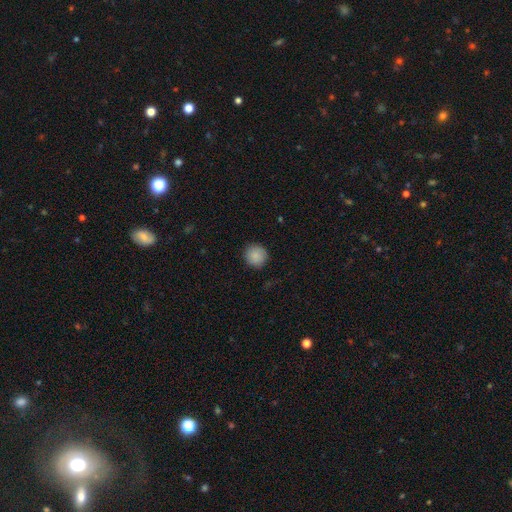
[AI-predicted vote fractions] Overall: smooth (88%). How rounded: round (94%). Merging: none (90%).